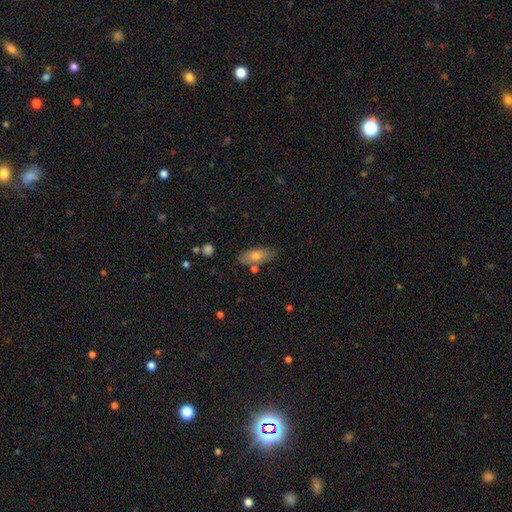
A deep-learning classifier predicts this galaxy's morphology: Q: Smooth or featured?
A: smooth (68%); runner-up: featured or disk (24%)
Q: How rounded?
A: in between (75%); runner-up: cigar-shaped (22%)
Q: Merging?
A: none (79%); runner-up: minor disturbance (13%)